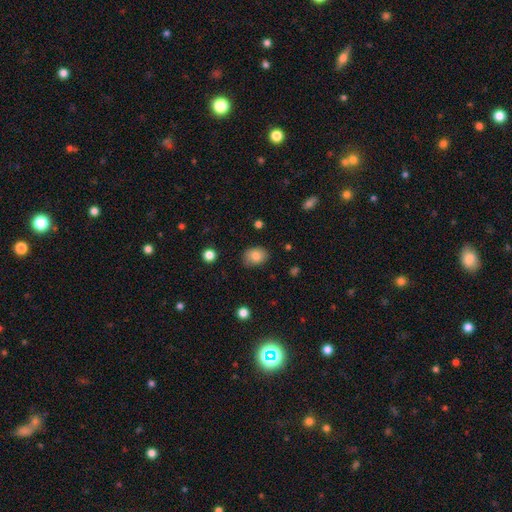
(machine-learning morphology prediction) A smooth galaxy with no disk features (82%) that is in between round and cigar-shaped (64%). Merging: none (80%).